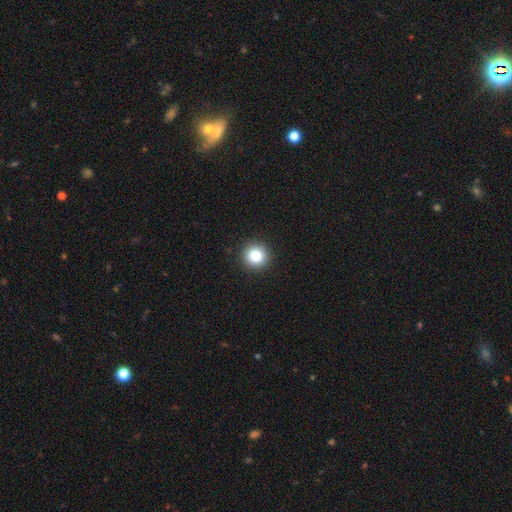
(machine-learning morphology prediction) Q: Smooth or featured?
A: smooth (82%); runner-up: star or artifact (11%)
Q: How rounded?
A: round (95%); runner-up: in between (4%)
Q: Merging?
A: none (93%); runner-up: minor disturbance (5%)